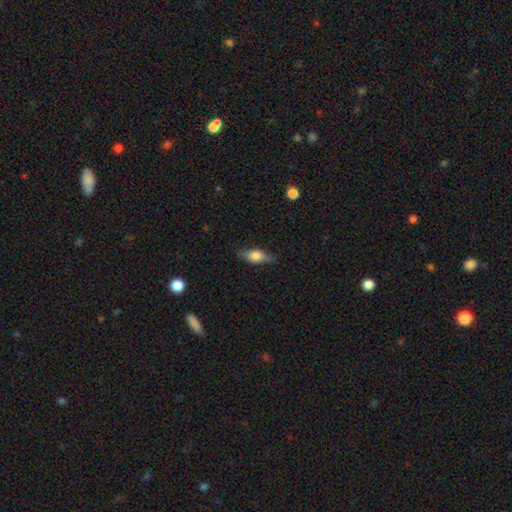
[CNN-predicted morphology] Overall: smooth (63%; featured or disk 30%). How rounded: in between (74%). Merging: none (79%).